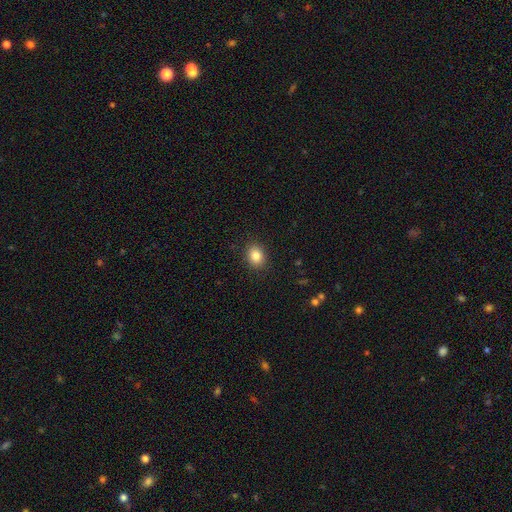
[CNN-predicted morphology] This appears to be a smooth galaxy with no disk features (84%) that is in between round and cigar-shaped (54%). Merging: none (89%).